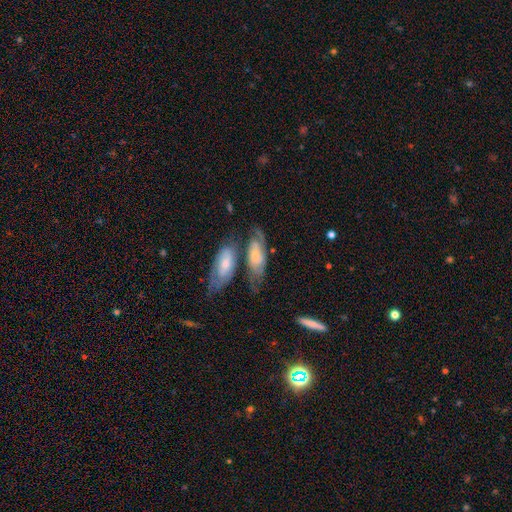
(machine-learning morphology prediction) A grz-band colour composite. It shows a featured or disk galaxy (58%). Merging: none (39%).